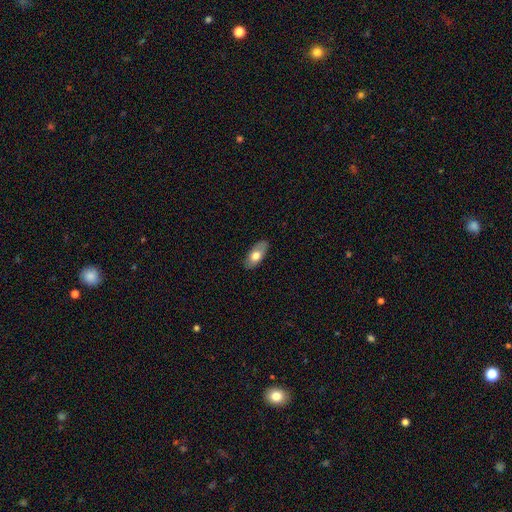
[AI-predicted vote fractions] The model was most divided on "smooth or featured": smooth: 71%, featured or disk: 23%, star or artifact: 6%. More confident: how rounded — in between (90%); merging — none (85%).